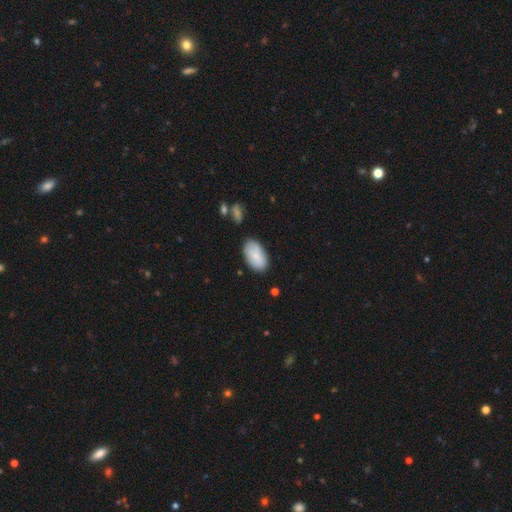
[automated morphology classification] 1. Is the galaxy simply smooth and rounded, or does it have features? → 81% smooth, 13% featured or disk, 6% star or artifact.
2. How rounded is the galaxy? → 95% in between, 4% round, 2% cigar-shaped.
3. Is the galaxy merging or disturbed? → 79% none, 15% minor disturbance, 3% major disturbance, 2% merger.